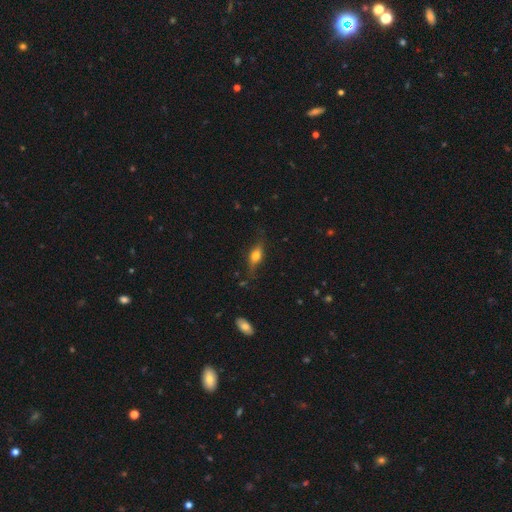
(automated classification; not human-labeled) Q: Smooth or featured?
A: smooth (54%); runner-up: featured or disk (37%)
Q: How rounded?
A: in between (64%); runner-up: cigar-shaped (28%)
Q: Merging?
A: none (73%); runner-up: minor disturbance (19%)